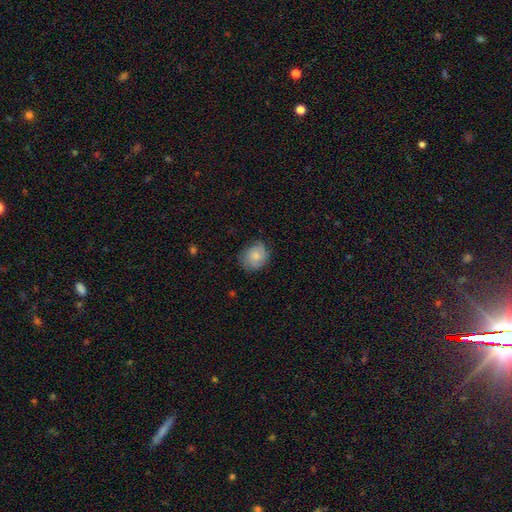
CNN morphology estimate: smooth-or-featured: smooth: 76% | featured or disk: 17% | star or artifact: 7%
  how-rounded: round: 66% | in between: 33% | cigar-shaped: 1%
  merging: none: 71% | minor disturbance: 24% | major disturbance: 5% | merger: 1%